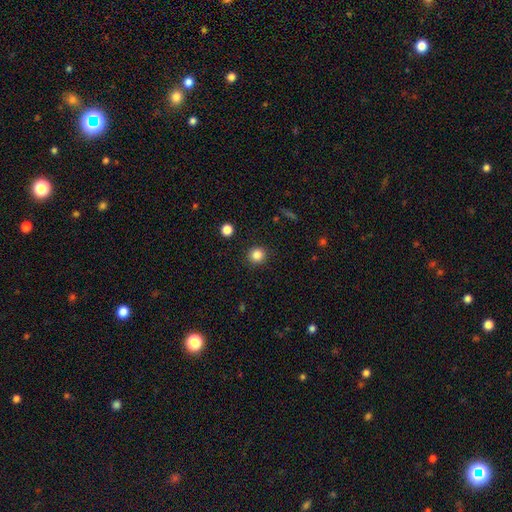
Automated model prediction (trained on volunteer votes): Smooth or featured?
  - smooth: 84% *
  - star or artifact: 11%
  - featured or disk: 4%
How rounded?
  - round: 89% *
  - in between: 10%
  - cigar-shaped: 1%
Merging?
  - none: 91% *
  - minor disturbance: 6%
  - major disturbance: 2%
  - merger: 1%